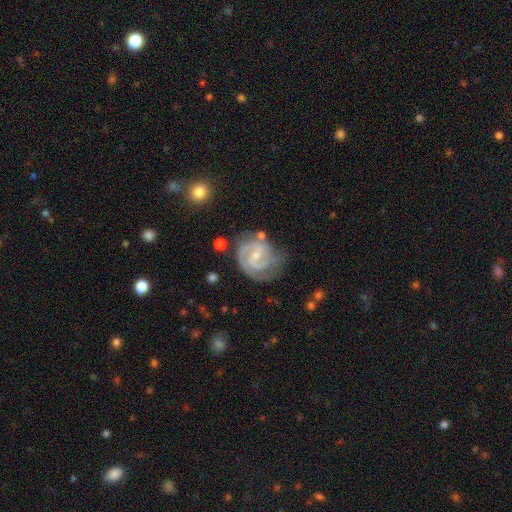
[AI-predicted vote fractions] Q: Smooth or featured?
A: featured or disk (84%); runner-up: smooth (10%)
Q: Edge-on disk?
A: no (98%); runner-up: yes (2%)
Q: Bar?
A: weak (55%); runner-up: no (31%)
Q: Spiral arms?
A: yes (96%); runner-up: no (4%)
Q: Spiral winding?
A: tight (46%); runner-up: medium (44%)
Q: Spiral arm count?
A: 2 (58%); runner-up: 3 (19%)
Q: Bulge size?
A: small (67%); runner-up: moderate (25%)
Q: Merging?
A: none (59%); runner-up: minor disturbance (24%)